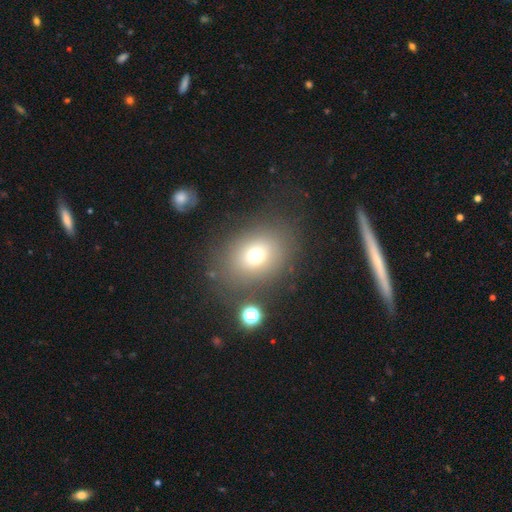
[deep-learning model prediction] Smooth or featured? Predicted: smooth (p=0.70). How rounded? Predicted: round (p=0.56). Merging? Predicted: none (p=0.78).